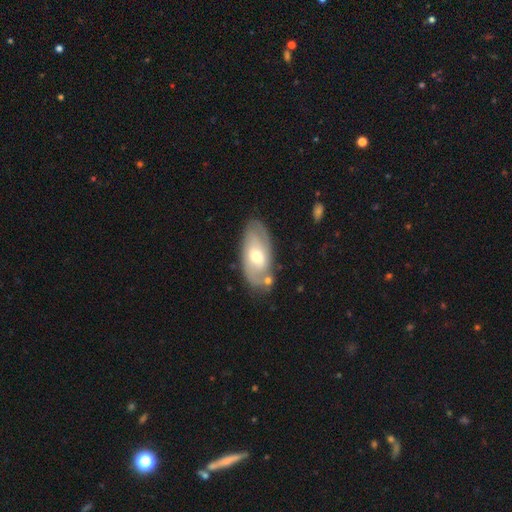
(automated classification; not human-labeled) This is possibly a featured or disk galaxy (59%). It is clearly not viewed edge-on (89%). Bar: possibly no (57%). Spiral arm pattern: likely yes (70%). Central bulge: likely moderate (66%). Merging: likely none (72%).